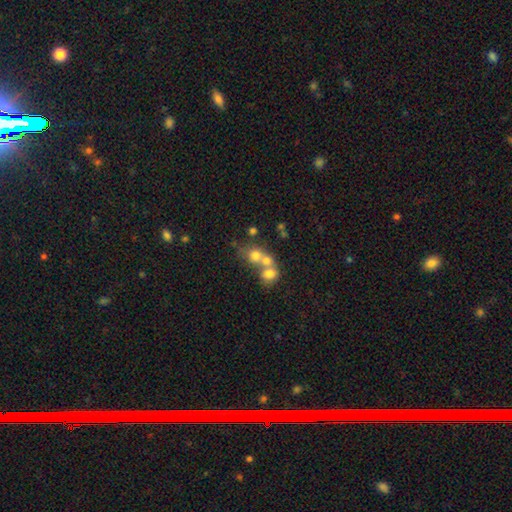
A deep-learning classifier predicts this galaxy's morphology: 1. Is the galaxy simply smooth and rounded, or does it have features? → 67% smooth, 19% featured or disk, 14% star or artifact.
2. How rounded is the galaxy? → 75% round, 24% in between, 1% cigar-shaped.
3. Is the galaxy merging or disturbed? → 58% merger, 31% none, 6% minor disturbance, 4% major disturbance.